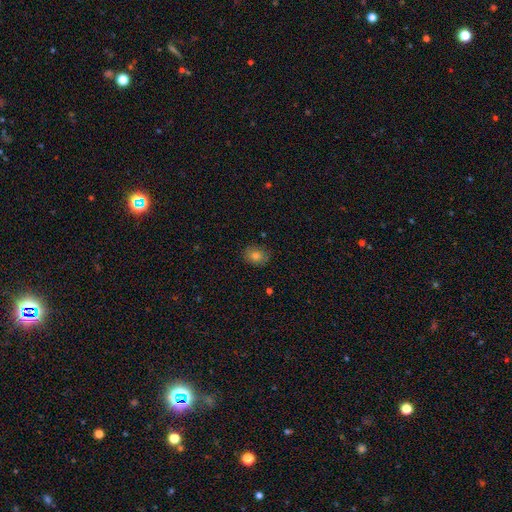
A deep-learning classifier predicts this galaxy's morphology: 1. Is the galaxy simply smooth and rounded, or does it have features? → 77% smooth, 13% star or artifact, 10% featured or disk.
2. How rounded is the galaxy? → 51% in between, 48% round, 1% cigar-shaped.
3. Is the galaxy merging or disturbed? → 83% none, 14% minor disturbance, 3% major disturbance, 1% merger.